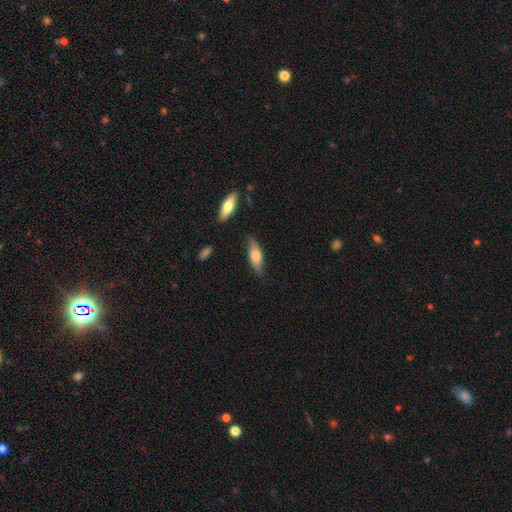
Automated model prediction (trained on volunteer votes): smooth_or_featured: smooth (p=0.63) [alt: featured or disk p=0.31]
how_rounded: in between (p=0.55) [alt: cigar-shaped p=0.43]
merging: none (p=0.75) [alt: minor disturbance p=0.19]